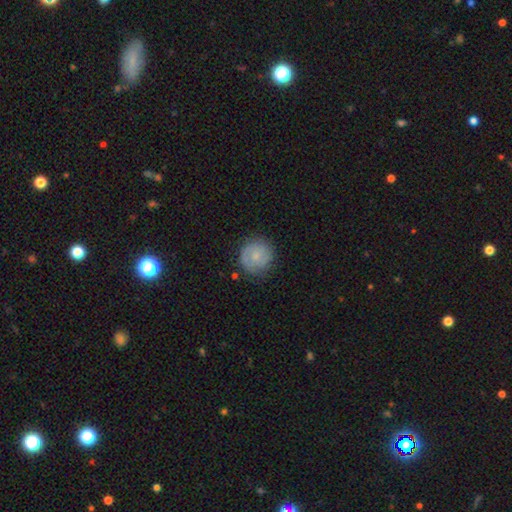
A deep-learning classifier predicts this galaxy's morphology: smooth 49%, featured or disk 44%, star or artifact 7%. Down the decision tree: merging — none (79%).